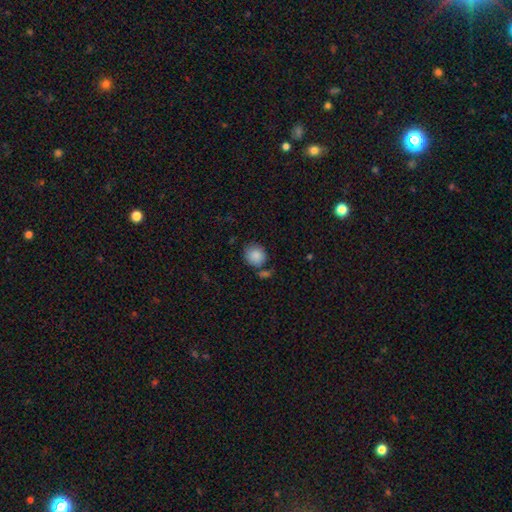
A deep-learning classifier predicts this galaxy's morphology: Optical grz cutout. It shows a smooth galaxy with no disk features (87%) that is round (86%). Merging: none (70%).